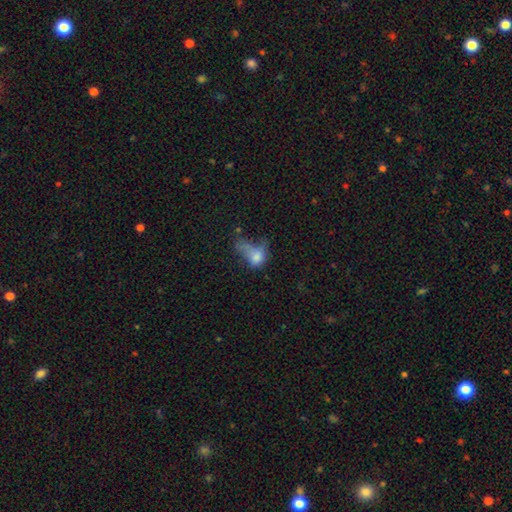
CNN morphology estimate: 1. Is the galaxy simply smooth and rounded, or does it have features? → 64% smooth, 23% featured or disk, 14% star or artifact.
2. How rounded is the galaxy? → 74% in between, 22% round, 4% cigar-shaped.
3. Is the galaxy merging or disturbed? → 54% major disturbance, 17% minor disturbance, 14% none, 14% merger.